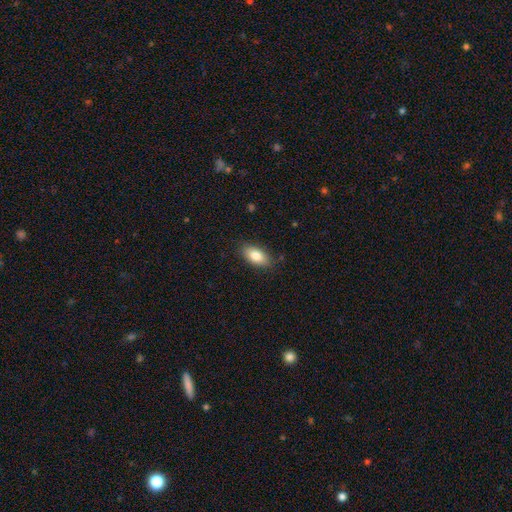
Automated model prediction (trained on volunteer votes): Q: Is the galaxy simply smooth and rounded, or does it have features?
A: smooth — 83%.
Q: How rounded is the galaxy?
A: in between — 92%.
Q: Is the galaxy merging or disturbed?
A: none — 85%.